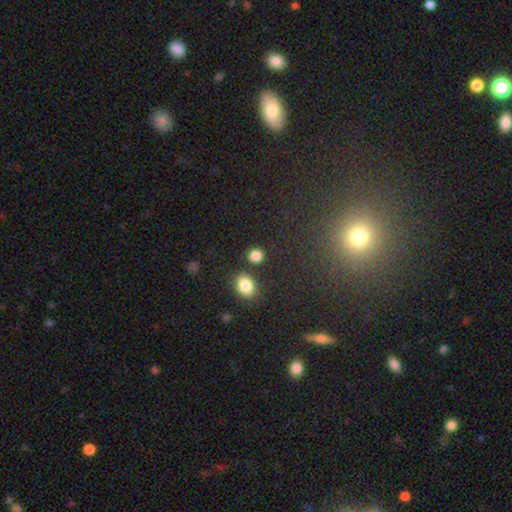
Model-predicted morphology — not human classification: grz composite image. It shows a smooth galaxy with no disk features (84%) that is round (74%). Merging: none (78%).